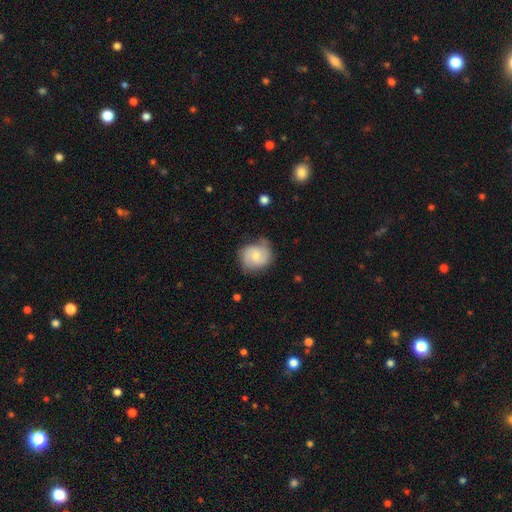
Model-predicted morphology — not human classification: This appears to be a featured or disk galaxy (50%). Merging: none (64%).